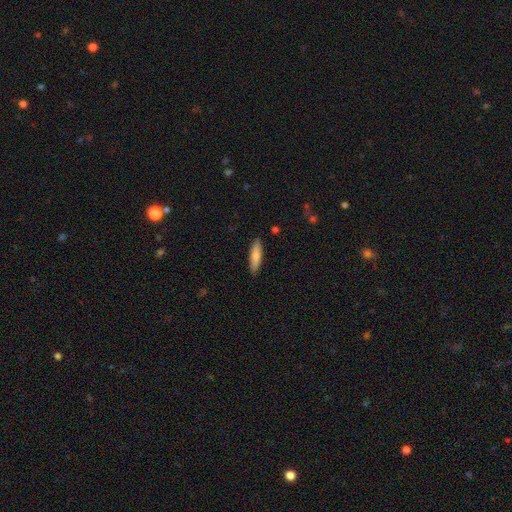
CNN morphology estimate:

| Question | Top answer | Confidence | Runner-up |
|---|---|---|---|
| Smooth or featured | smooth | 77% | featured or disk (17%) |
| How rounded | cigar-shaped | 70% | in between (29%) |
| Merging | none | 88% | minor disturbance (9%) |